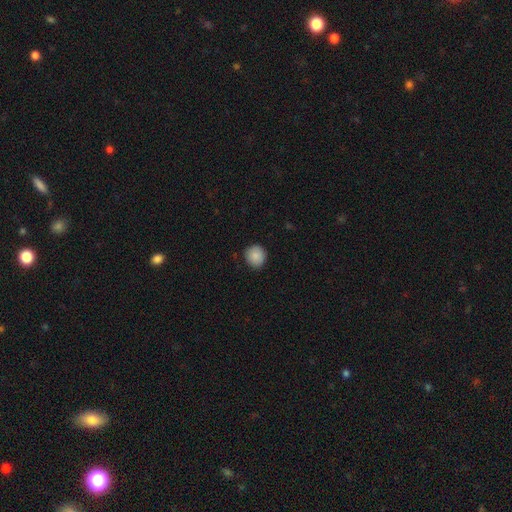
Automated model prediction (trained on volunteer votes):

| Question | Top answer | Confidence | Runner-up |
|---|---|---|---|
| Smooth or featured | smooth | 87% | star or artifact (8%) |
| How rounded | round | 90% | in between (9%) |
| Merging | none | 87% | minor disturbance (10%) |